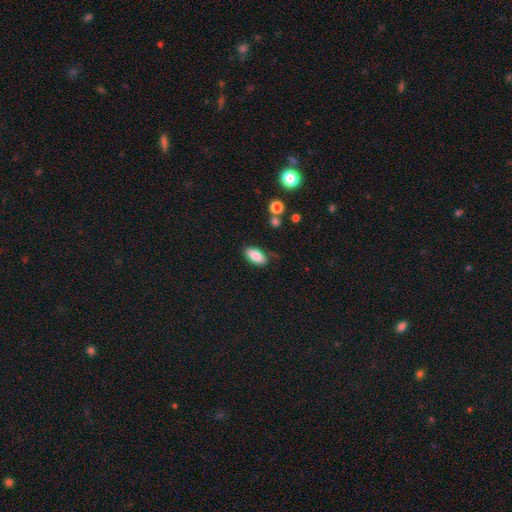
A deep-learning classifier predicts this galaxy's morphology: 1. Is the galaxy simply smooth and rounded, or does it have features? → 84% smooth, 8% featured or disk, 7% star or artifact.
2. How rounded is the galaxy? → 88% in between, 9% cigar-shaped, 3% round.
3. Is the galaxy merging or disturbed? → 81% none, 14% minor disturbance, 3% major disturbance, 2% merger.